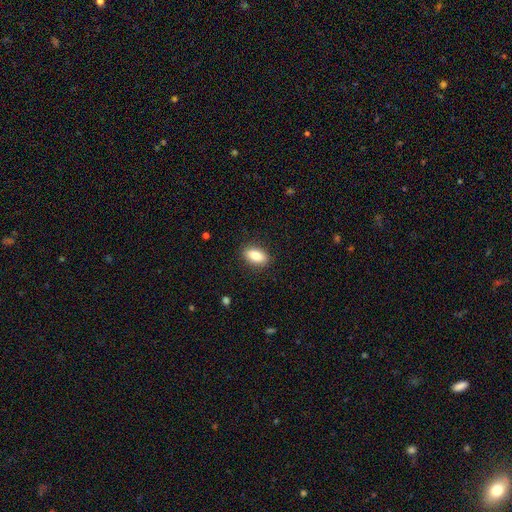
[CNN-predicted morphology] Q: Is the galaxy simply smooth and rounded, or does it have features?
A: smooth — 81%.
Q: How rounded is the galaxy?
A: in between — 89%.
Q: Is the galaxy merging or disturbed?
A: none — 88%.